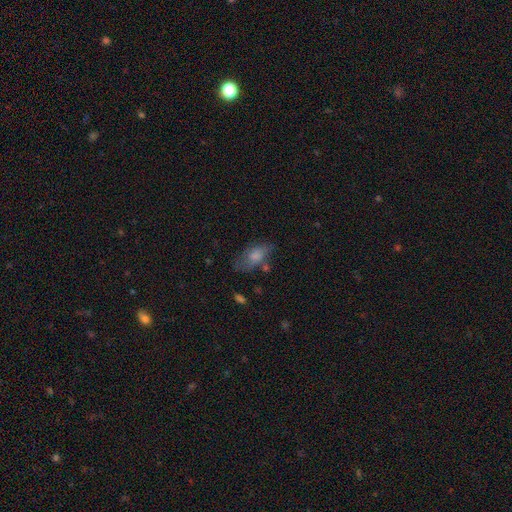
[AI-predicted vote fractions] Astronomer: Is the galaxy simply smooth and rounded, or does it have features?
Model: smooth — 71%.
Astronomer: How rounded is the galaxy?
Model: in between — 89%.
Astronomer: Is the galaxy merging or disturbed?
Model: none — 51% (runner-up: minor disturbance, 28%).